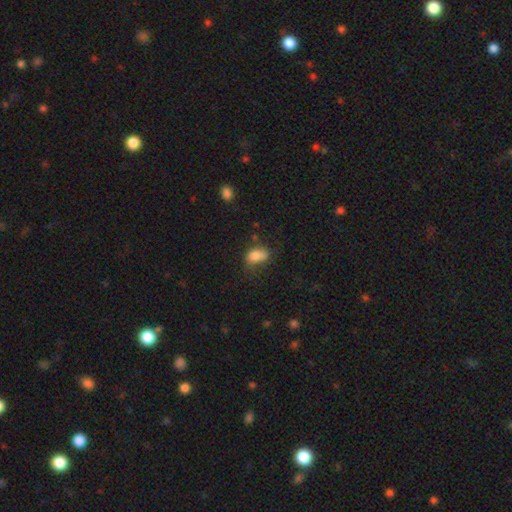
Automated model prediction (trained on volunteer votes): This is clearly a smooth galaxy (81%). How rounded: clearly in between (86%). Merging: marginally none (44%).